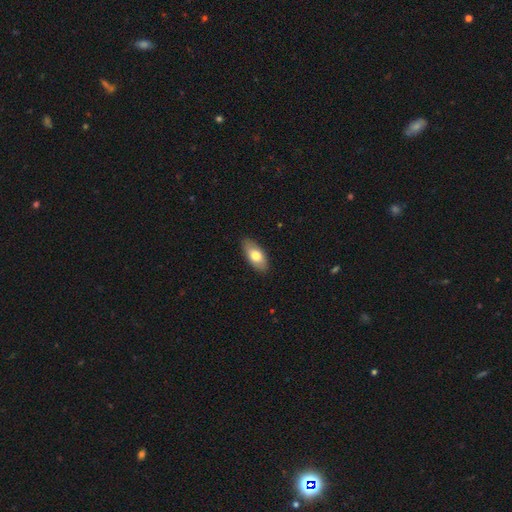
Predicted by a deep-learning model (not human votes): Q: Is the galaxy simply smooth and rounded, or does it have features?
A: smooth — 74%.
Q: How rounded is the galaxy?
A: in between — 90%.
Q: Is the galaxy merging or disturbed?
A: none — 86%.